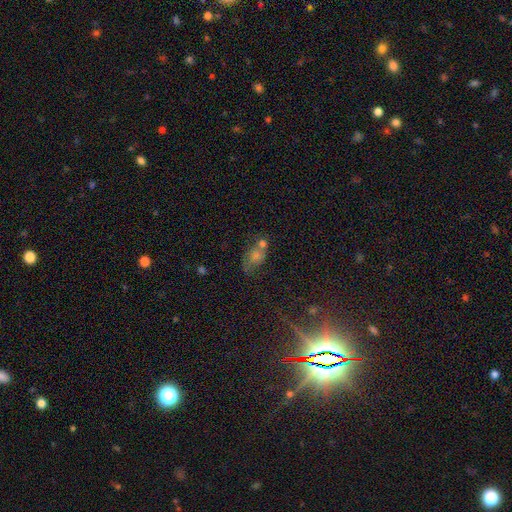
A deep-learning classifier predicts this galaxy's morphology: This is marginally a smooth galaxy (36%). Merging: possibly none (50%).